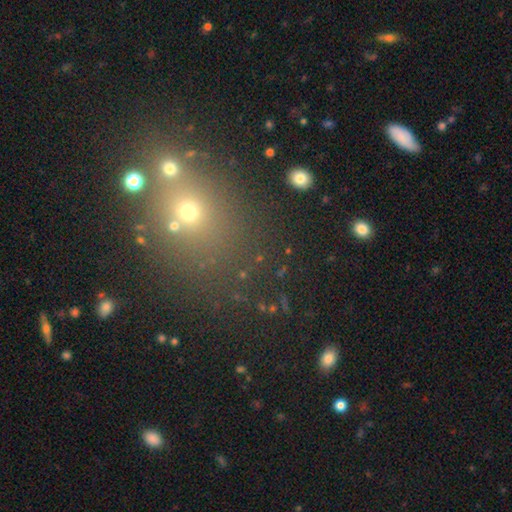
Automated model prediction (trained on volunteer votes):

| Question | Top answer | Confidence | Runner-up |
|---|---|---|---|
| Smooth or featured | smooth | 47% | star or artifact (40%) |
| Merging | none | 70% | merger (13%) |